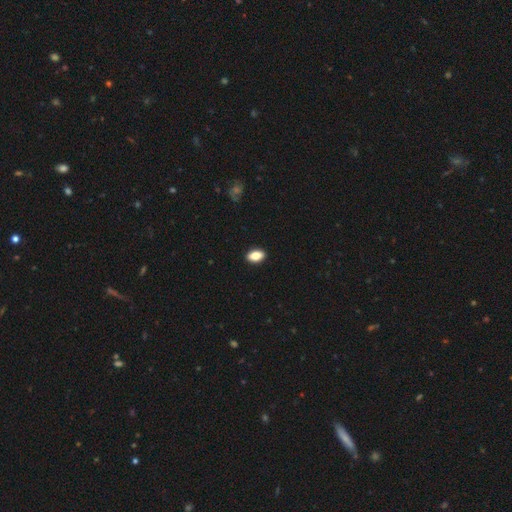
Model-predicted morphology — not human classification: Smooth or featured: smooth — 81% (featured or disk — 11%)
How rounded: in between — 89% (round — 8%)
Merging: none — 90% (minor disturbance — 7%)